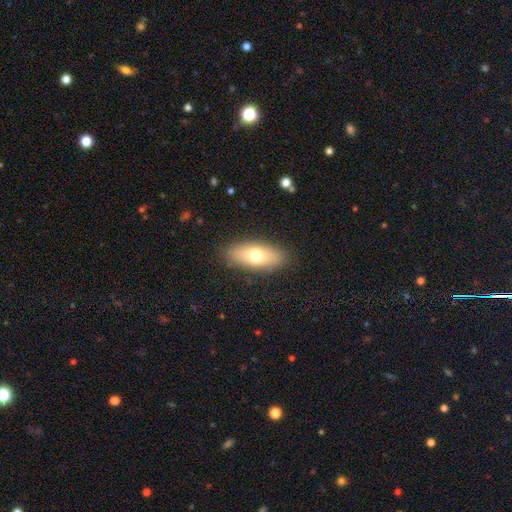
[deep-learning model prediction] Smooth or featured: smooth — 69% (featured or disk — 24%)
How rounded: in between — 79% (cigar-shaped — 17%)
Merging: none — 87% (minor disturbance — 9%)